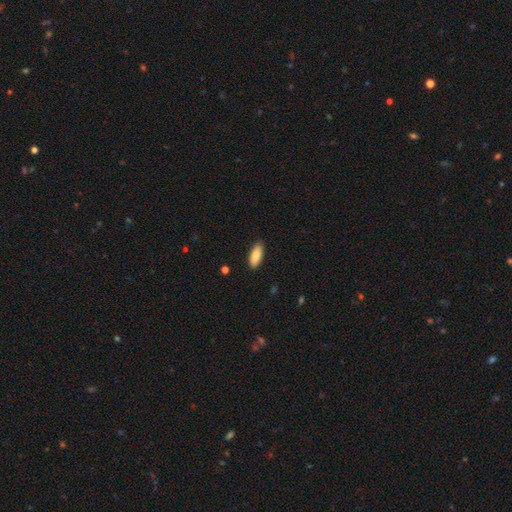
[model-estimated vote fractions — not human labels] A smooth galaxy with no disk features (85%) that is in between round and cigar-shaped (80%).

Vote fractions:
- Smooth or featured? smooth: 85% / featured or disk: 9% / star or artifact: 6%
- How rounded? in between: 80% / cigar-shaped: 18% / round: 2%
- Merging? none: 88% / minor disturbance: 9% / major disturbance: 2% / merger: 1%